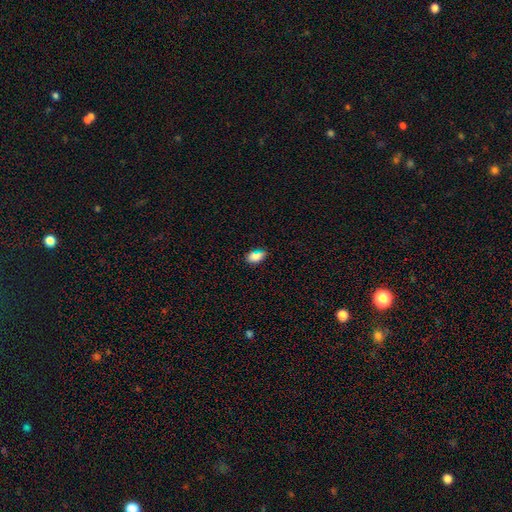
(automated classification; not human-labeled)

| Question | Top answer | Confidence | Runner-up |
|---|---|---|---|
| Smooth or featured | smooth | 80% | star or artifact (14%) |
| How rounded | in between | 86% | round (9%) |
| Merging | none | 71% | minor disturbance (20%) |